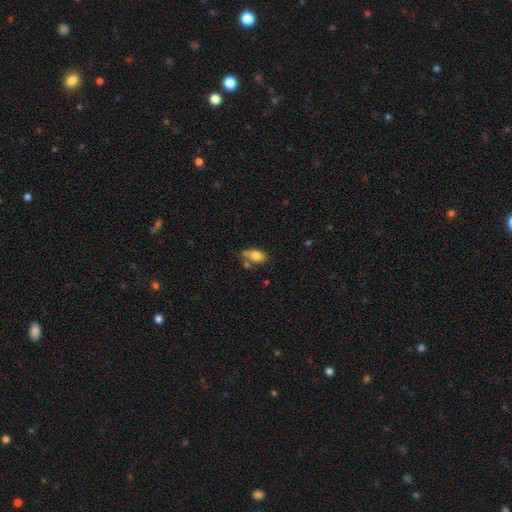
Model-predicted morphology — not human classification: A smooth galaxy with no disk features (78%) that is in between round and cigar-shaped (89%). Merging: none (45%).